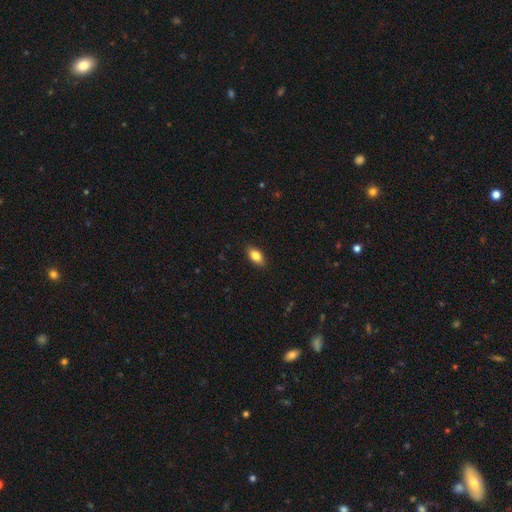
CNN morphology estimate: Smooth or featured? Predicted: smooth (p=0.84). How rounded? Predicted: in between (p=0.89). Merging? Predicted: none (p=0.89).